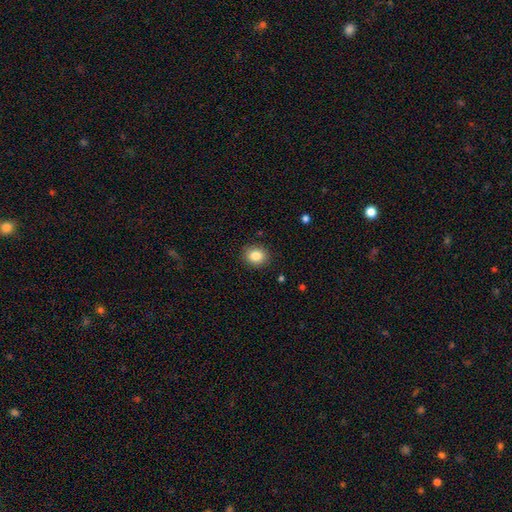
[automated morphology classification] Smooth or featured? Predicted: smooth (p=0.84). How rounded? Predicted: round (p=0.70). Merging? Predicted: none (p=0.89).